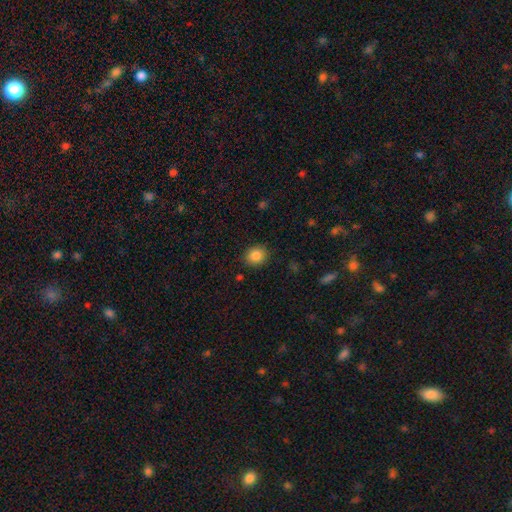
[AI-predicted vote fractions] A smooth galaxy with no disk features (85%) that is round (70%). Merging: none (88%).